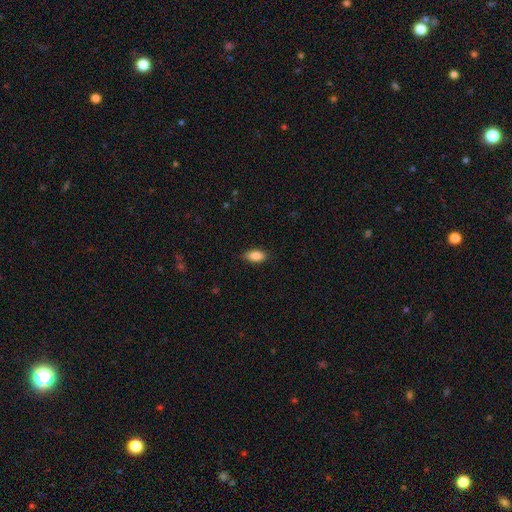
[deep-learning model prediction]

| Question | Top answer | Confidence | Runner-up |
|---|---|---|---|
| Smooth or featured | smooth | 87% | star or artifact (7%) |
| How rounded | in between | 90% | cigar-shaped (7%) |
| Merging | none | 83% | minor disturbance (14%) |